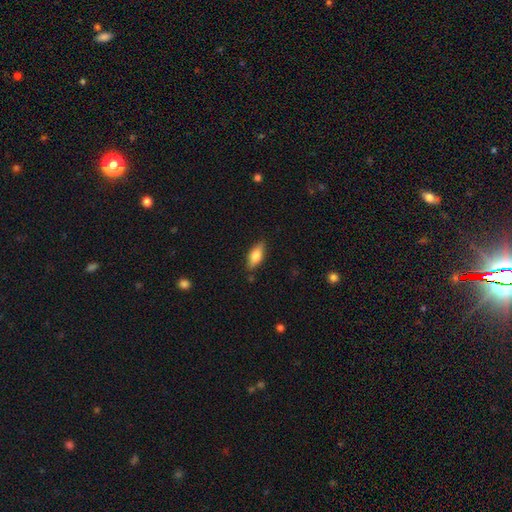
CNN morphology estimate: This is likely a smooth galaxy (76%). How rounded: likely in between (79%). Merging: clearly none (83%).